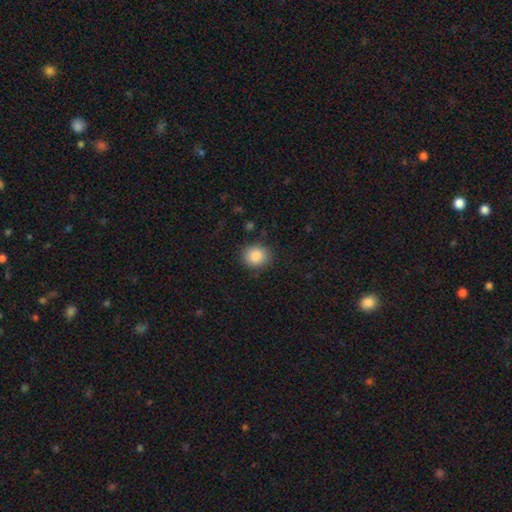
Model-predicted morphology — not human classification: Smooth or featured? smooth (86%)
How rounded? round (78%)
Merging? none (87%)